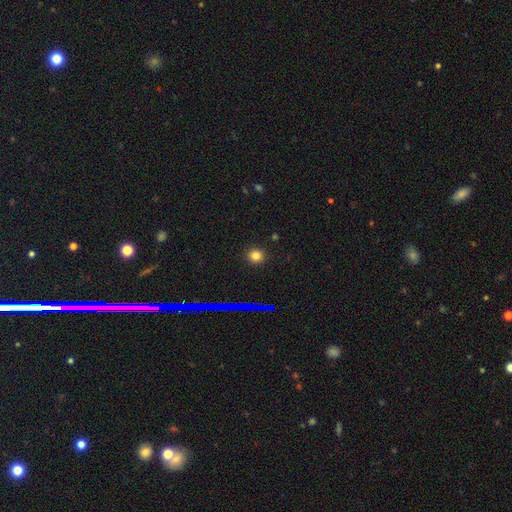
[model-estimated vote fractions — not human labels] The model was most divided on "smooth or featured": smooth: 79%, star or artifact: 16%, featured or disk: 6%. More confident: merging — none (92%); how rounded — round (91%).